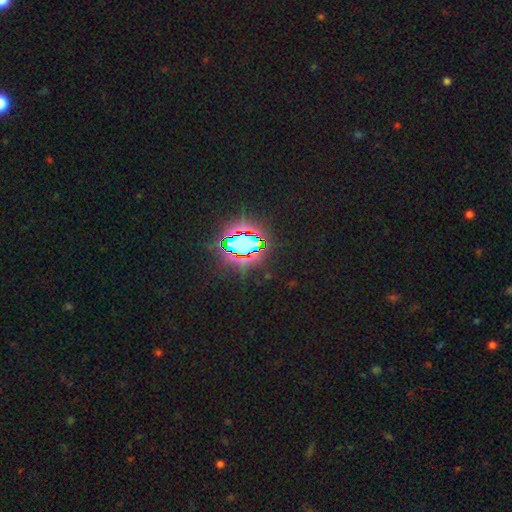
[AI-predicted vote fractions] smooth-or-featured: star or artifact: 80% | smooth: 12% | featured or disk: 8%